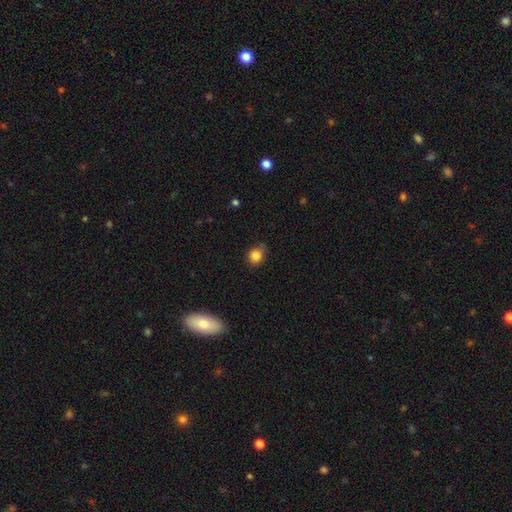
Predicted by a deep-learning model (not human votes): Smooth or featured?
  - smooth: 84% *
  - star or artifact: 10%
  - featured or disk: 5%
How rounded?
  - round: 73% *
  - in between: 26%
  - cigar-shaped: 1%
Merging?
  - none: 67% *
  - minor disturbance: 27%
  - major disturbance: 5%
  - merger: 2%